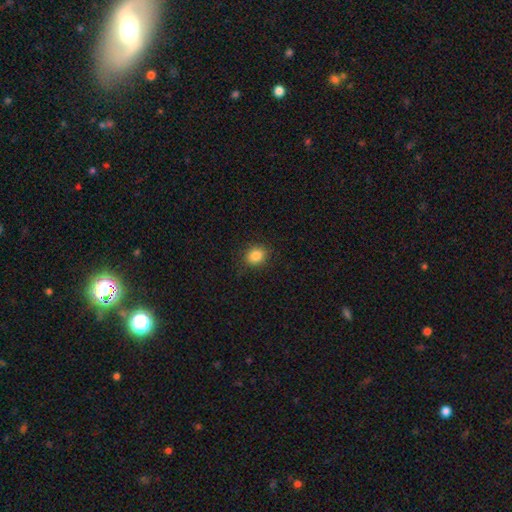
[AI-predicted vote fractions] Smooth or featured?
  - smooth: 85% *
  - star or artifact: 10%
  - featured or disk: 5%
How rounded?
  - round: 58% *
  - in between: 41%
  - cigar-shaped: 1%
Merging?
  - none: 86% *
  - minor disturbance: 10%
  - major disturbance: 3%
  - merger: 1%